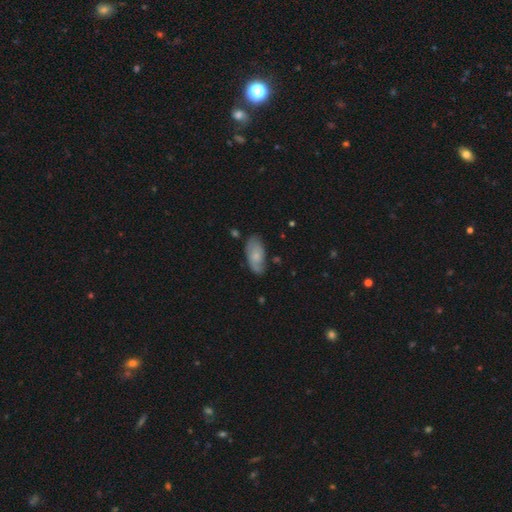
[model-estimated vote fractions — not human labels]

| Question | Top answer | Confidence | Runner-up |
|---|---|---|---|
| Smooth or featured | smooth | 64% | featured or disk (30%) |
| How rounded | in between | 91% | cigar-shaped (7%) |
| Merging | none | 65% | minor disturbance (26%) |